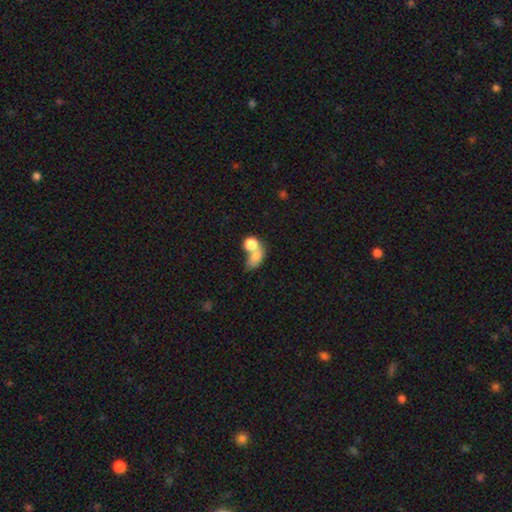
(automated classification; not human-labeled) This appears to be a smooth galaxy with no disk features (75%) that is in between round and cigar-shaped (65%). Merging: merger (56%).